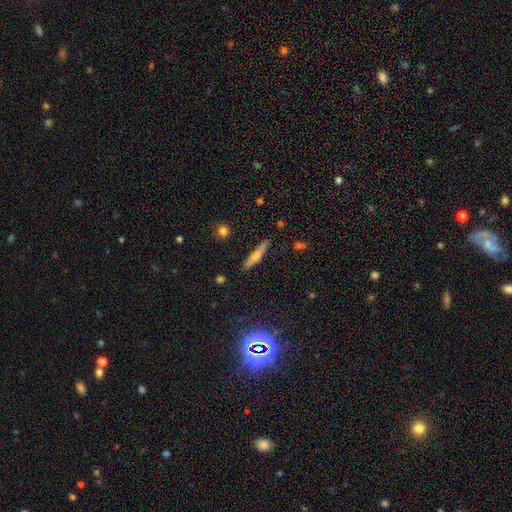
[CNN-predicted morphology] smooth-or-featured: smooth: 60% | featured or disk: 33% | star or artifact: 7%
  how-rounded: cigar-shaped: 87% | in between: 11% | round: 2%
  merging: none: 87% | minor disturbance: 10% | major disturbance: 2% | merger: 2%